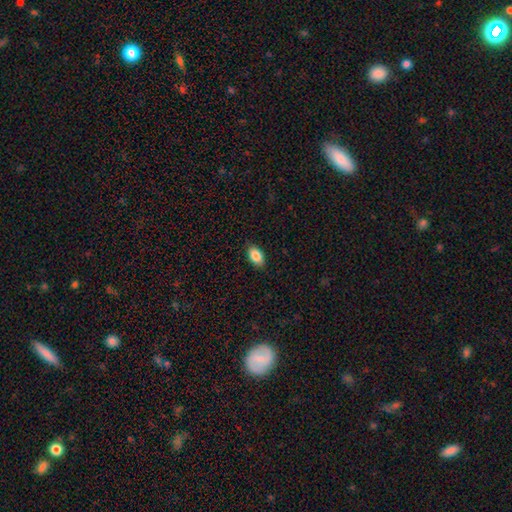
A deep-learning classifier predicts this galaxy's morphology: This appears to be a smooth galaxy with no disk features (87%) that is in between round and cigar-shaped (93%). Merging: none (87%).